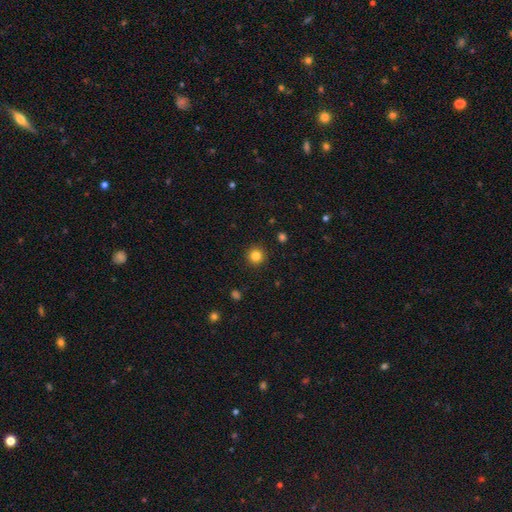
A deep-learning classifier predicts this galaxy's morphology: This appears to be a smooth galaxy with no disk features (82%) that is round (95%). Merging: none (92%).